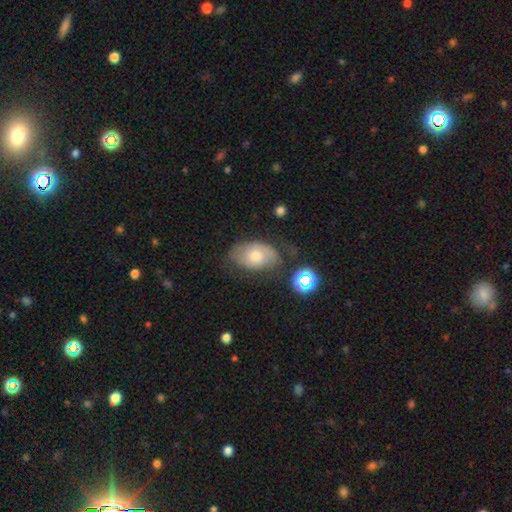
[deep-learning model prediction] Overall: smooth (59%; featured or disk 31%). How rounded: in between (87%). Merging: none (60%; minor disturbance 26%).